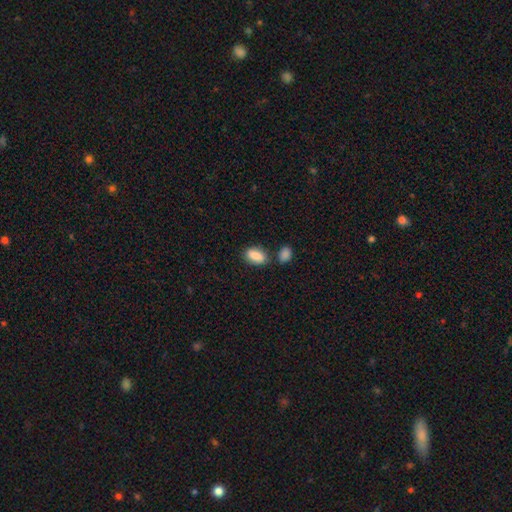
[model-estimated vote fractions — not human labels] This appears to be a smooth galaxy with no disk features (87%) that is in between round and cigar-shaped (90%). Merging: none (67%).